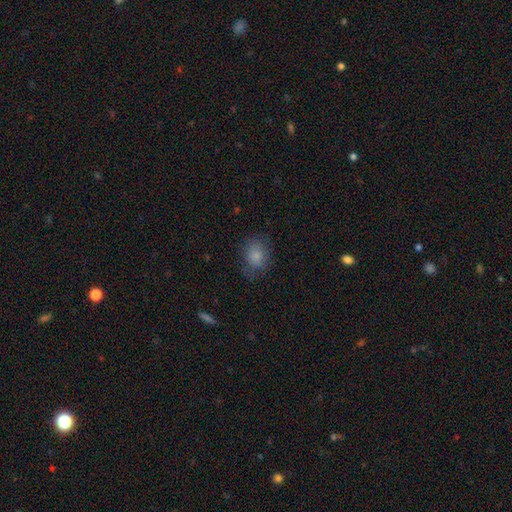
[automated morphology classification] smooth_or_featured: smooth (p=0.82) [alt: featured or disk p=0.09]
how_rounded: in between (p=0.50) [alt: round p=0.49]
merging: none (p=0.69) [alt: minor disturbance p=0.22]